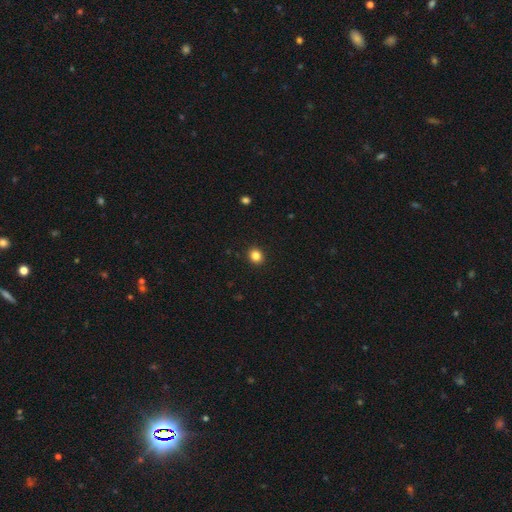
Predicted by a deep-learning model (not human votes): smooth-or-featured: smooth: 85% | star or artifact: 11% | featured or disk: 4%
  how-rounded: round: 73% | in between: 27% | cigar-shaped: 1%
  merging: none: 92% | minor disturbance: 5% | major disturbance: 2% | merger: 1%